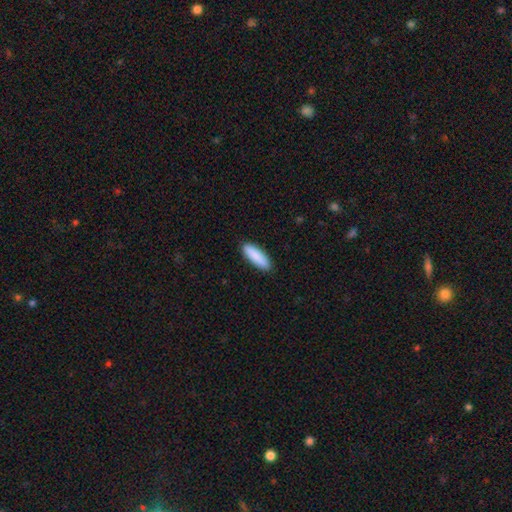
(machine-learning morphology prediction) Smooth or featured? Predicted: smooth (p=0.90). How rounded? Predicted: in between (p=0.51). Merging? Predicted: none (p=0.90).